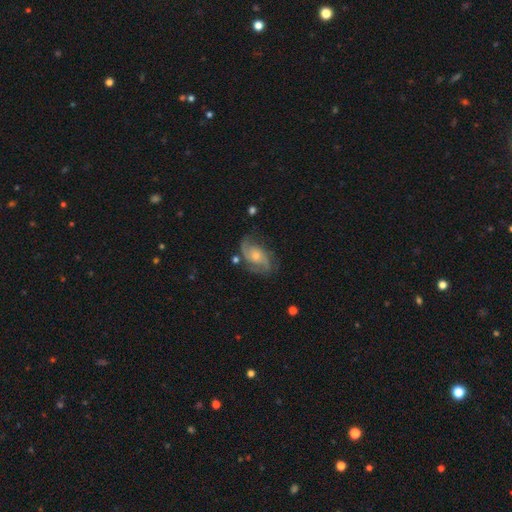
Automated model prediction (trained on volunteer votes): smooth_or_featured: featured or disk (p=0.83) [alt: smooth p=0.11]
disk_edge_on: no (p=0.97) [alt: yes p=0.03]
bar: no (p=0.66) [alt: weak p=0.29]
has_spiral_arms: yes (p=0.96) [alt: no p=0.04]
spiral_winding: medium (p=0.50) [alt: loose p=0.29]
spiral_arm_count: 2 (p=0.74) [alt: 3 p=0.11]
bulge_size: small (p=0.52) [alt: moderate p=0.41]
merging: none (p=0.67) [alt: minor disturbance p=0.20]